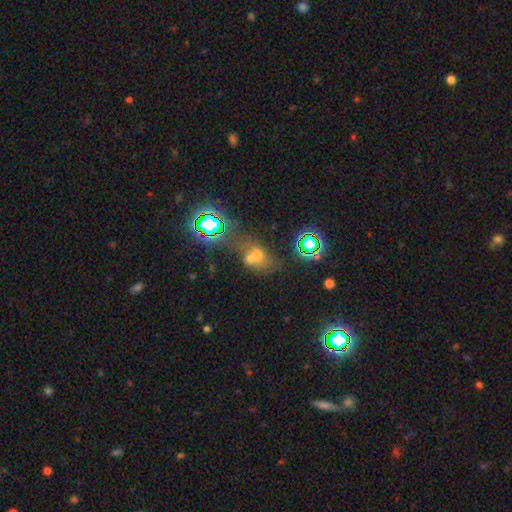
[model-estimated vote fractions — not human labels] smooth-or-featured: smooth: 46% | star or artifact: 37% | featured or disk: 17%
  merging: merger: 50% | none: 35% | minor disturbance: 9% | major disturbance: 6%